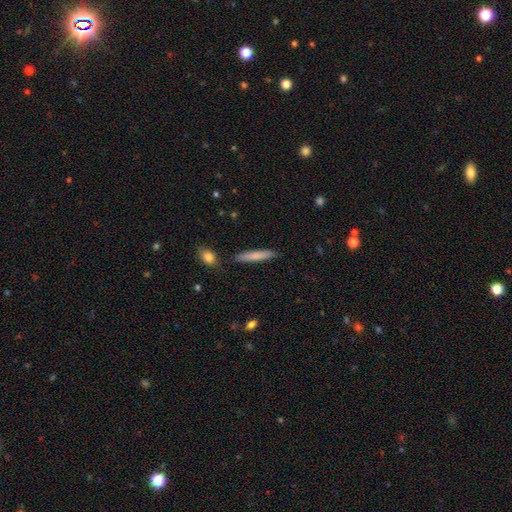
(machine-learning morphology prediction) This appears to be a smooth galaxy with no disk features (77%) that is cigar-shaped (93%). Merging: none (87%).